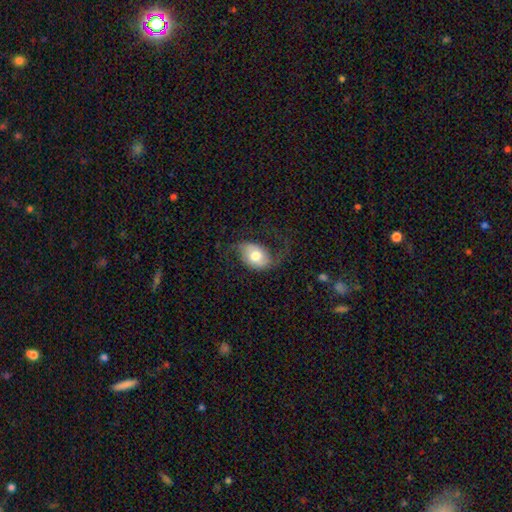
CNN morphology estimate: Smooth or featured? featured or disk (48%)
Merging? none (56%)